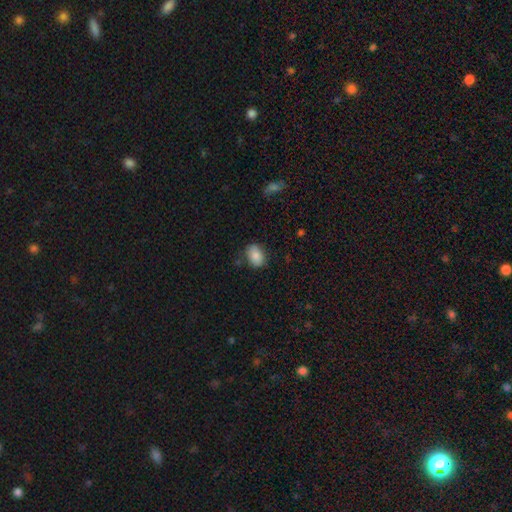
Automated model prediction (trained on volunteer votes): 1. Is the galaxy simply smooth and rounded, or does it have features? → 85% smooth, 8% star or artifact, 7% featured or disk.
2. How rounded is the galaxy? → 75% in between, 24% round, 1% cigar-shaped.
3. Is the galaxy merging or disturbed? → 78% none, 16% minor disturbance, 3% major disturbance, 2% merger.